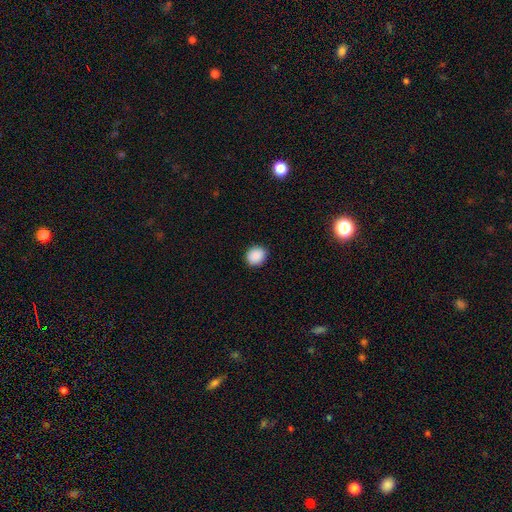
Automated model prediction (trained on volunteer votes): Smooth or featured?
  - smooth: 89% *
  - star or artifact: 8%
  - featured or disk: 3%
How rounded?
  - round: 71% *
  - in between: 28%
  - cigar-shaped: 1%
Merging?
  - none: 89% *
  - minor disturbance: 8%
  - major disturbance: 2%
  - merger: 1%